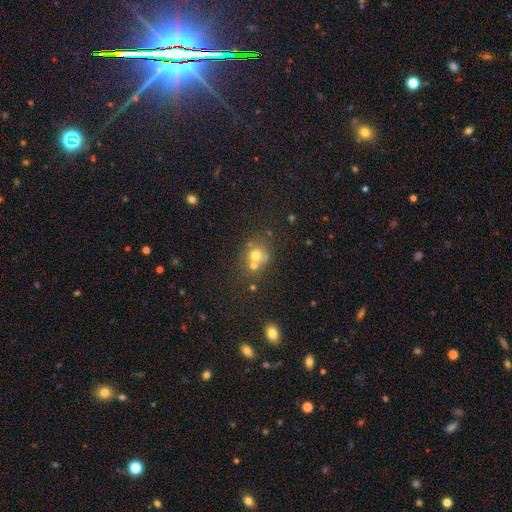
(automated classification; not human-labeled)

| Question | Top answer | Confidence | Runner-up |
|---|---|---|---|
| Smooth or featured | smooth | 66% | featured or disk (18%) |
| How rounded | round | 80% | in between (19%) |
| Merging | merger | 43% | tied: none (43%) |